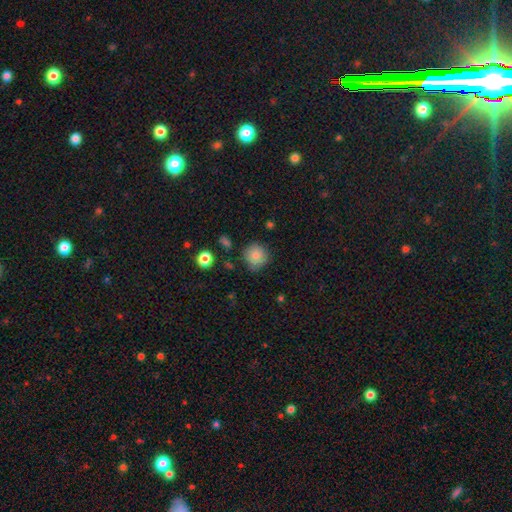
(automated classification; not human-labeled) smooth 81%, star or artifact 10%, featured or disk 8%. Down the decision tree: how rounded — round (92%); merging — none (79%).